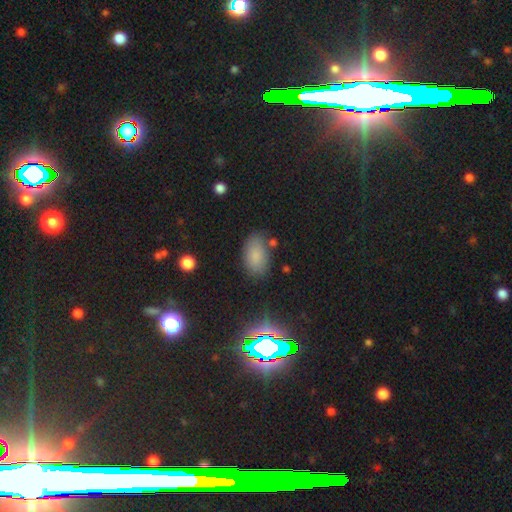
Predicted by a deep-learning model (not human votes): Smooth or featured: smooth — 75% (star or artifact — 17%)
How rounded: in between — 92% (round — 6%)
Merging: none — 77% (minor disturbance — 14%)